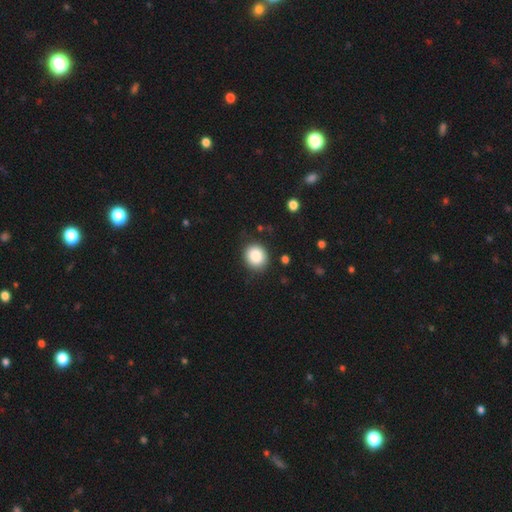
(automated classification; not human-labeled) smooth 87%, star or artifact 9%, featured or disk 5%. Down the decision tree: how rounded — round (74%); merging — none (86%).